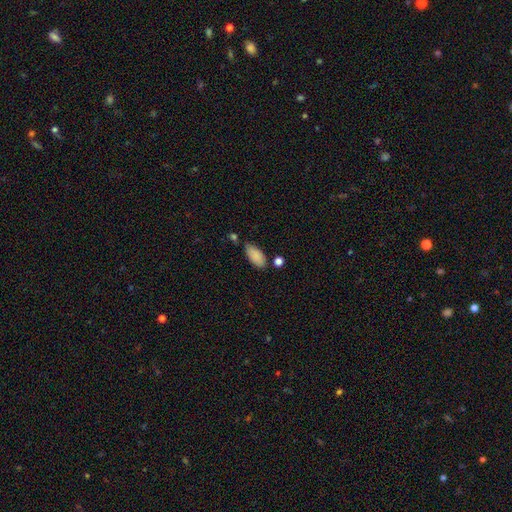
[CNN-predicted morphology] Overall: smooth (88%). How rounded: in between (91%). Merging: none (68%).